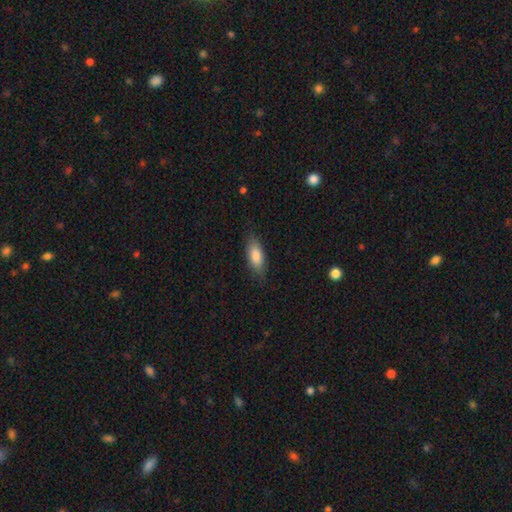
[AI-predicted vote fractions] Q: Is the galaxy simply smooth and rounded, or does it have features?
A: smooth — 82%.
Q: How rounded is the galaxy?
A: in between — 78%.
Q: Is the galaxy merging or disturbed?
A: none — 81%.